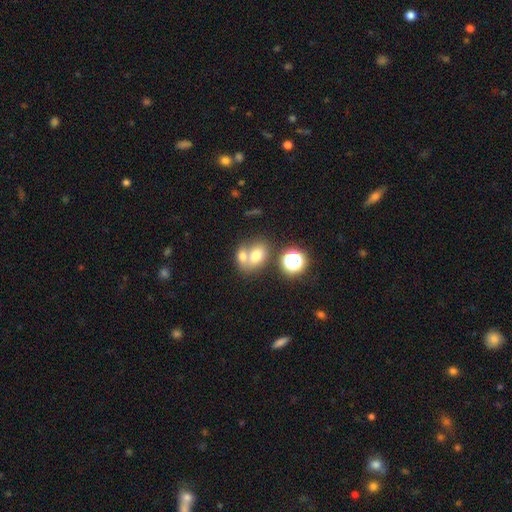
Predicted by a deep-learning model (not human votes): Smooth or featured? Predicted: smooth (p=0.70). How rounded? Predicted: in between (p=0.62). Merging? Predicted: merger (p=0.51).